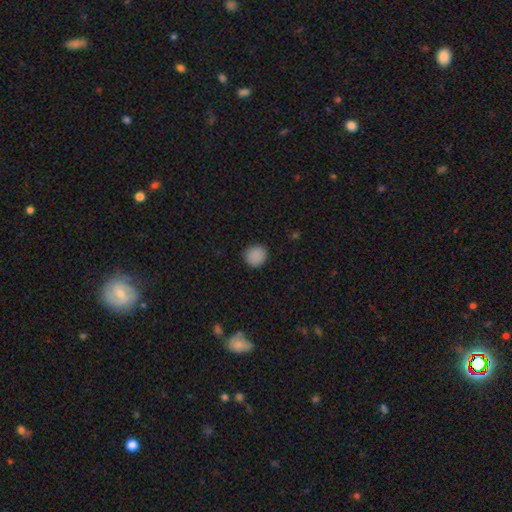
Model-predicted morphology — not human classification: Smooth or featured?
  - smooth: 88% *
  - star or artifact: 10%
  - featured or disk: 3%
How rounded?
  - round: 90% *
  - in between: 9%
  - cigar-shaped: 1%
Merging?
  - none: 90% *
  - minor disturbance: 7%
  - major disturbance: 2%
  - merger: 1%